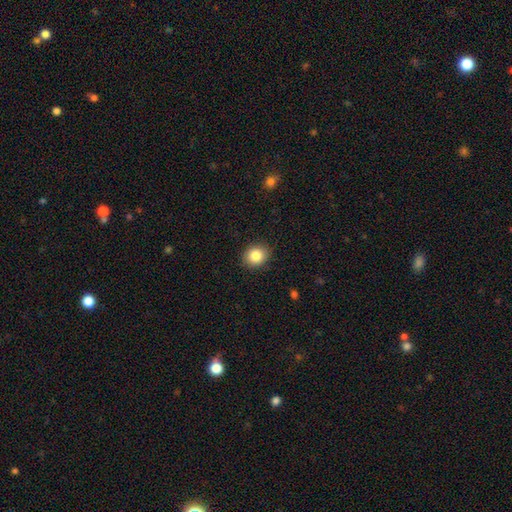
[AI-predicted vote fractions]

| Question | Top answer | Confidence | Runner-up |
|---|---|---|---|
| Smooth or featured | smooth | 84% | star or artifact (9%) |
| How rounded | round | 71% | in between (28%) |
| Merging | none | 90% | minor disturbance (7%) |